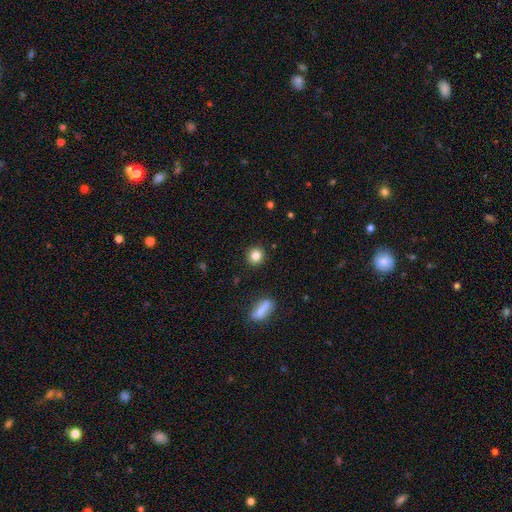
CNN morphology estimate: smooth-or-featured: smooth: 83% | star or artifact: 11% | featured or disk: 6%
  how-rounded: round: 87% | in between: 11% | cigar-shaped: 1%
  merging: none: 90% | minor disturbance: 6% | major disturbance: 2% | merger: 1%